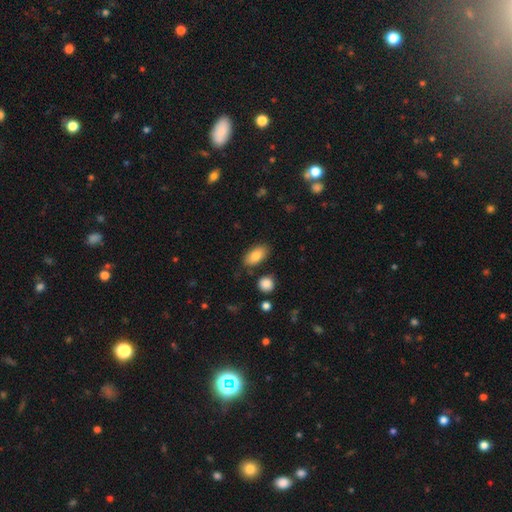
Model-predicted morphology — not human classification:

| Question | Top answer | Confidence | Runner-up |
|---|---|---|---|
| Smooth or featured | smooth | 82% | featured or disk (11%) |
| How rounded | in between | 91% | cigar-shaped (5%) |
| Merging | none | 81% | minor disturbance (12%) |